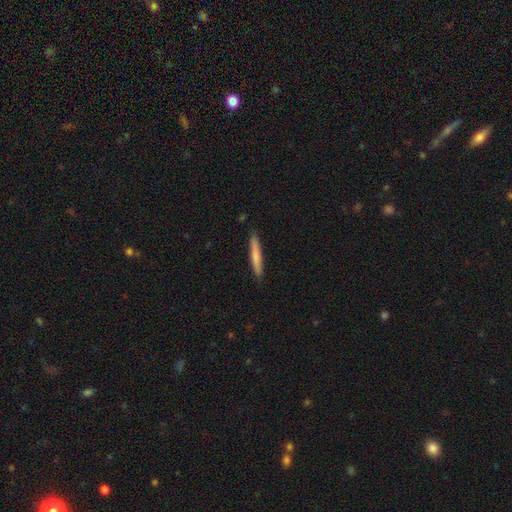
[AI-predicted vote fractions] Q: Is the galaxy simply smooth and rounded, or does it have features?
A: smooth — 72%.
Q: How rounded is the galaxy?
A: cigar-shaped — 95%.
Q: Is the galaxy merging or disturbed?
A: none — 89%.